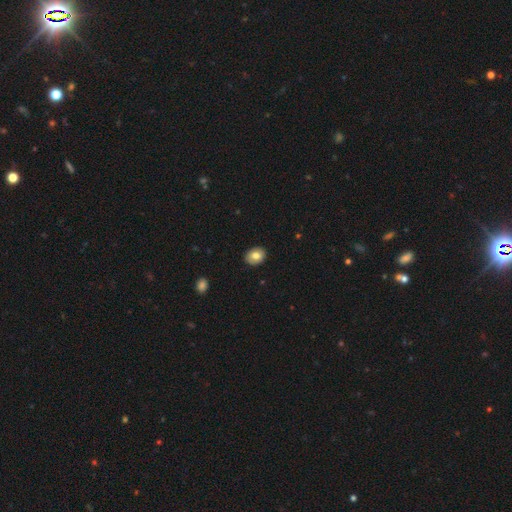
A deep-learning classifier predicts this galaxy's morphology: Smooth or featured? Predicted: smooth (p=0.79). How rounded? Predicted: in between (p=0.54). Merging? Predicted: none (p=0.88).